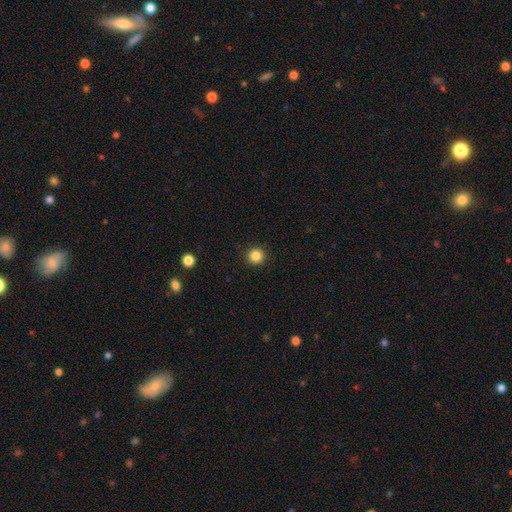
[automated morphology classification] type=smooth (85%); roundness=round (95%); merging=none (93%).